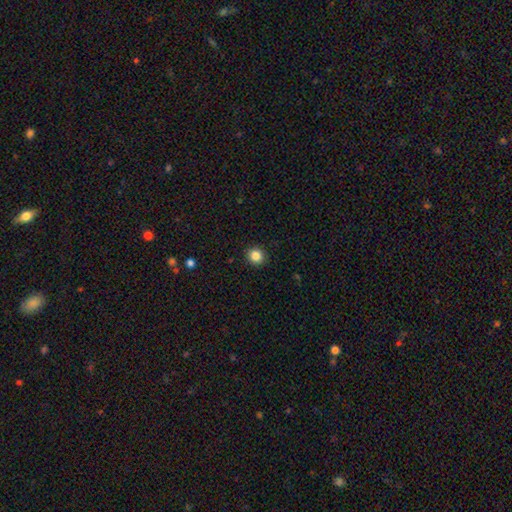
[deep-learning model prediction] A smooth galaxy with no disk features (85%) that is round (90%).

Vote fractions:
- Smooth or featured? smooth: 85% / star or artifact: 10% / featured or disk: 4%
- How rounded? round: 90% / in between: 9% / cigar-shaped: 1%
- Merging? none: 92% / minor disturbance: 6% / major disturbance: 2% / merger: 1%